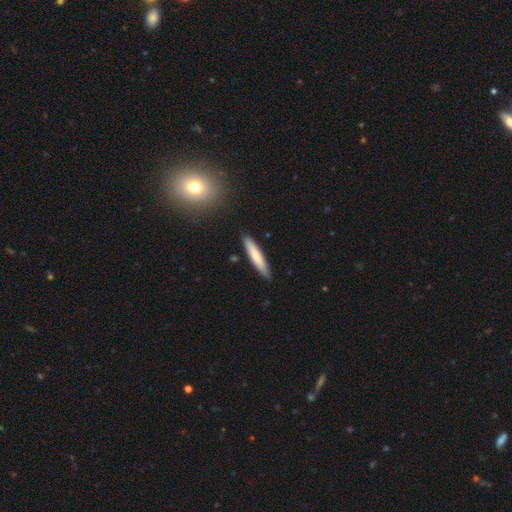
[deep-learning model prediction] Smooth or featured? smooth (75%)
How rounded? cigar-shaped (89%)
Merging? none (87%)